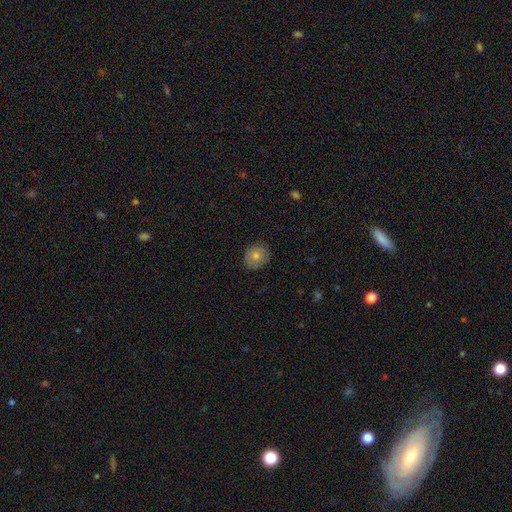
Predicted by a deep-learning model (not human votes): Smooth or featured: smooth — 70% (featured or disk — 20%)
How rounded: round — 68% (in between — 31%)
Merging: none — 85% (minor disturbance — 11%)